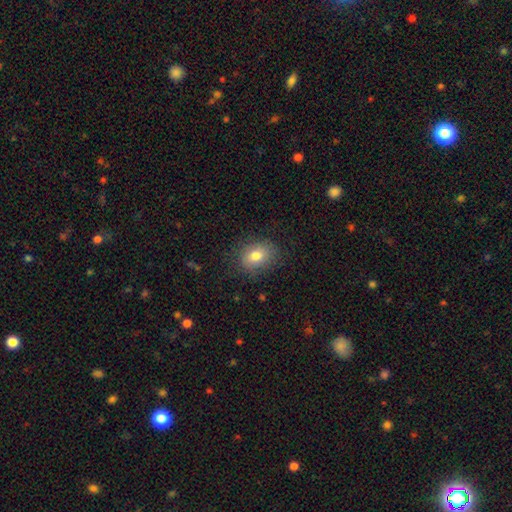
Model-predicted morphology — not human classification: Overall: smooth (78%). How rounded: in between (60%; round 39%). Merging: none (80%).